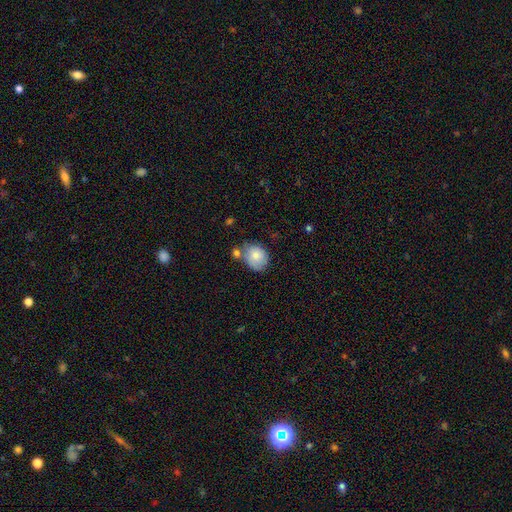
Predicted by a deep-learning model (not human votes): This is likely a smooth galaxy (79%). How rounded: likely round (61%). Merging: possibly none (51%).